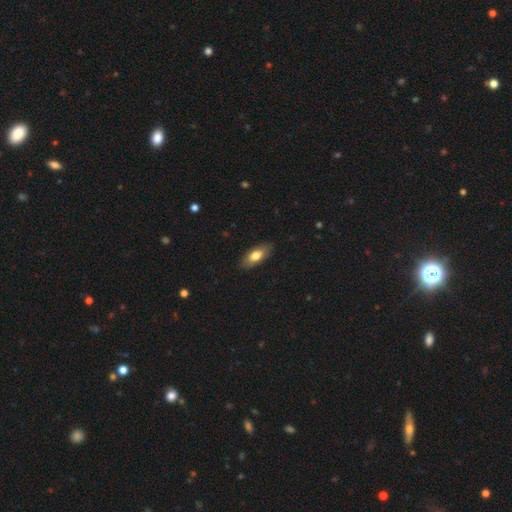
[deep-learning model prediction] Overall: smooth (75%). How rounded: in between (83%). Merging: none (86%).